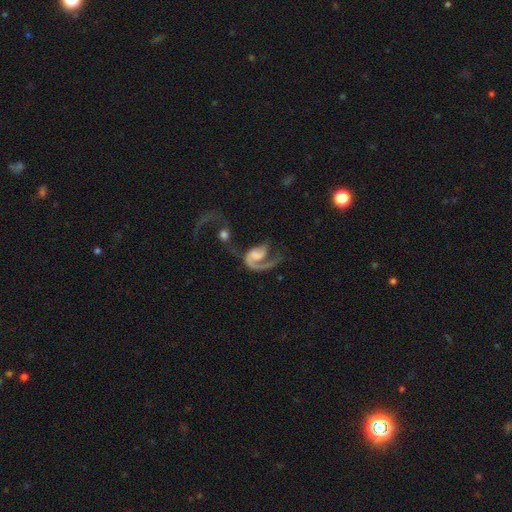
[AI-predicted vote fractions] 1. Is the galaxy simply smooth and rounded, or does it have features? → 80% featured or disk, 14% smooth, 7% star or artifact.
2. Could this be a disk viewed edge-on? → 98% no, 2% yes.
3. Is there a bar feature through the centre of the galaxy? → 56% no, 31% weak, 12% strong.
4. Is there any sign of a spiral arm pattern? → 92% yes, 8% no.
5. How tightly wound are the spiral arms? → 45% loose, 36% medium, 20% tight.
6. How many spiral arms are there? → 73% 1, 21% 2, 3% can't tell, 1% 3, 1% 4, 1% more than 4.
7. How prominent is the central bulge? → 38% none, 22% moderate, 21% small, 16% large, 4% dominant.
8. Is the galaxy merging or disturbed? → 40% major disturbance, 25% none, 23% merger, 12% minor disturbance.